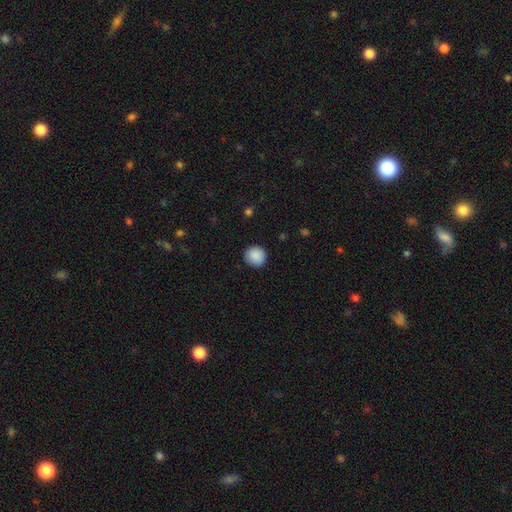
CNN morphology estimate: Smooth or featured: smooth — 89% (star or artifact — 8%)
How rounded: round — 93% (in between — 6%)
Merging: none — 90% (minor disturbance — 7%)